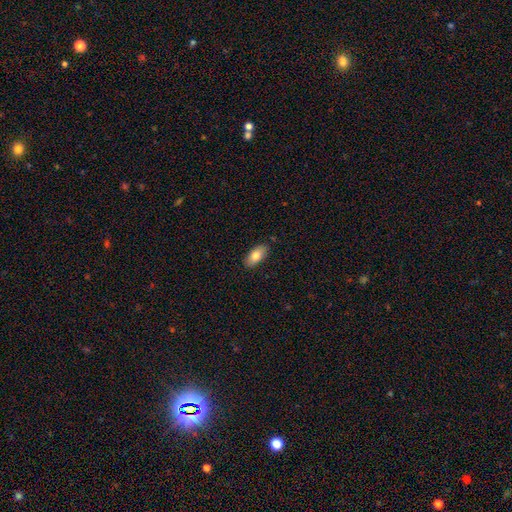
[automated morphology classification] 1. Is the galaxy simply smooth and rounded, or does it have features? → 80% smooth, 14% featured or disk, 7% star or artifact.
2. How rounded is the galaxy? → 90% in between, 7% cigar-shaped, 3% round.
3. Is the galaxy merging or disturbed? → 87% none, 10% minor disturbance, 2% major disturbance, 1% merger.